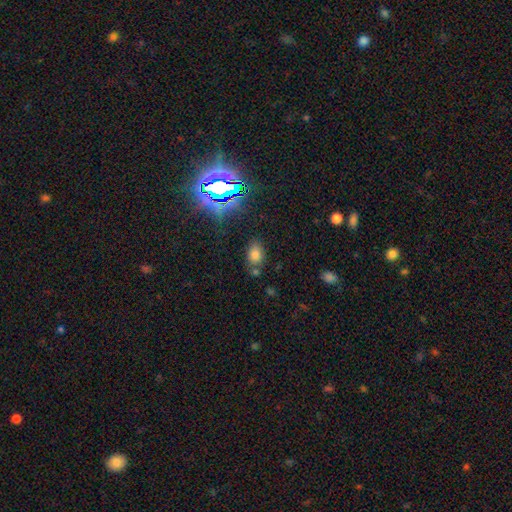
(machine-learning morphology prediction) The model was most divided on "smooth or featured": smooth: 61%, star or artifact: 31%, featured or disk: 9%. More confident: merging — none (79%); how rounded — in between (78%).